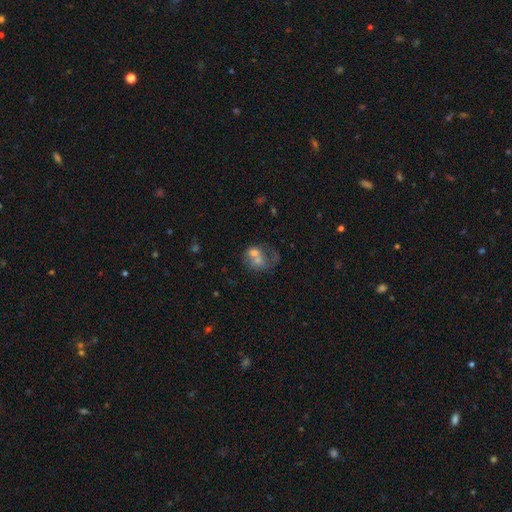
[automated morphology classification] Smooth or featured? smooth (52%)
How rounded? round (52%)
Merging? merger (65%)